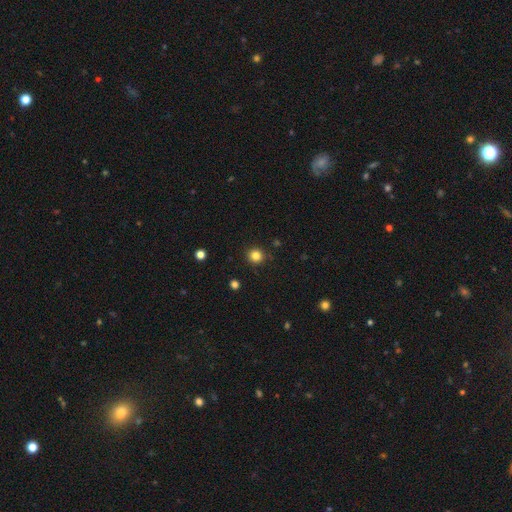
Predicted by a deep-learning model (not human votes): Smooth or featured?
  - smooth: 83% *
  - star or artifact: 13%
  - featured or disk: 4%
How rounded?
  - round: 94% *
  - in between: 5%
  - cigar-shaped: 1%
Merging?
  - none: 91% *
  - minor disturbance: 6%
  - major disturbance: 2%
  - merger: 1%